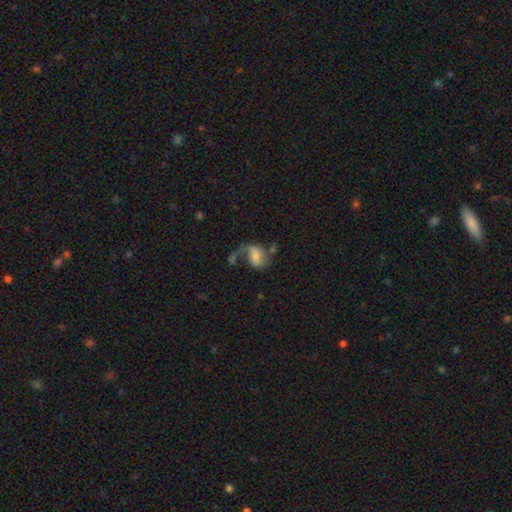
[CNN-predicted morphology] A featured or disk galaxy (47%).

Vote fractions:
- Smooth or featured? featured or disk: 47% / smooth: 43% / star or artifact: 9%
- Merging? major disturbance: 41% / none: 26% / minor disturbance: 17% / merger: 16%